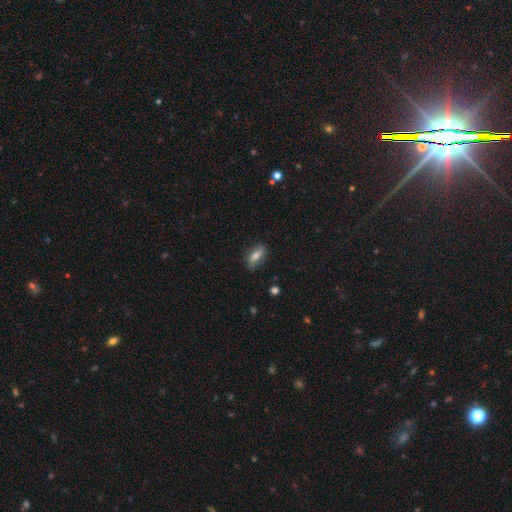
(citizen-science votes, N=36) Smooth or featured?
  - smooth: 83% *
  - featured or disk: 17%
  - star or artifact: 0%
How rounded?
  - in between: 80% *
  - cigar-shaped: 17%
  - round: 3%
Merging?
  - none: 72% *
  - minor disturbance: 19%
  - major disturbance: 8%
  - merger: 0%